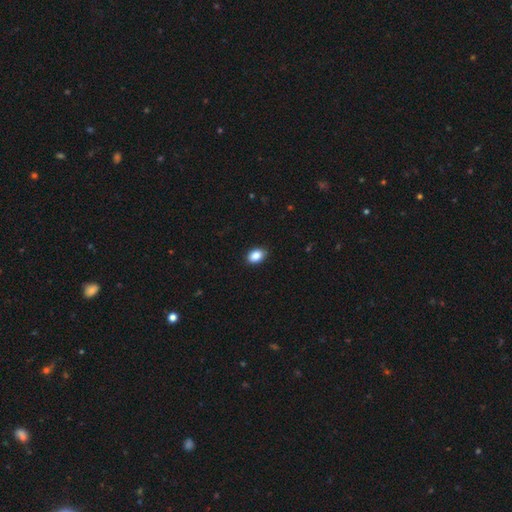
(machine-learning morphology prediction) smooth 88%, star or artifact 8%, featured or disk 4%. Down the decision tree: how rounded — in between (81%); merging — none (88%).